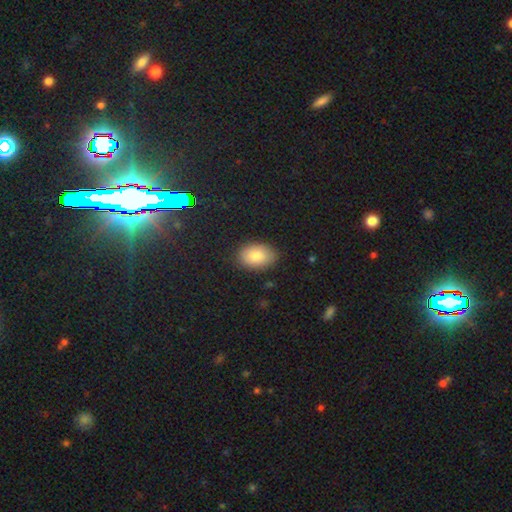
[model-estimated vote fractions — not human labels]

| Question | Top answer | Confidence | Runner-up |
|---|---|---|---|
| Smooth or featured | smooth | 83% | star or artifact (9%) |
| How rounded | in between | 84% | round (15%) |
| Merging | none | 85% | minor disturbance (11%) |